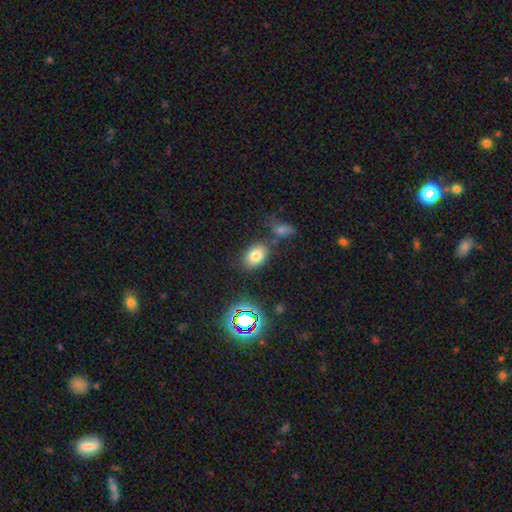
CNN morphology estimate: Overall: smooth (77%). How rounded: in between (77%). Merging: none (76%).